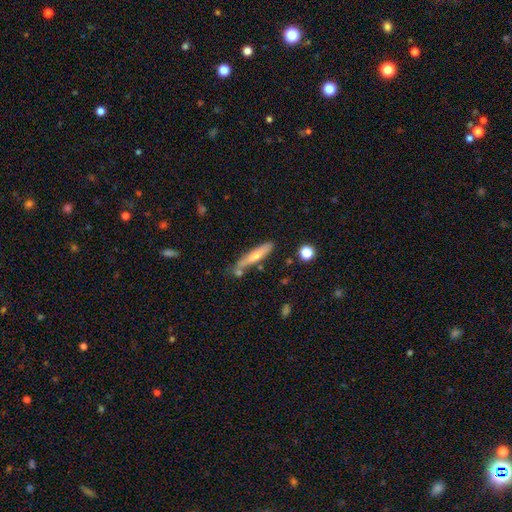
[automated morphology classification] Overall: smooth (57%; featured or disk 37%). How rounded: cigar-shaped (88%). Merging: none (67%).